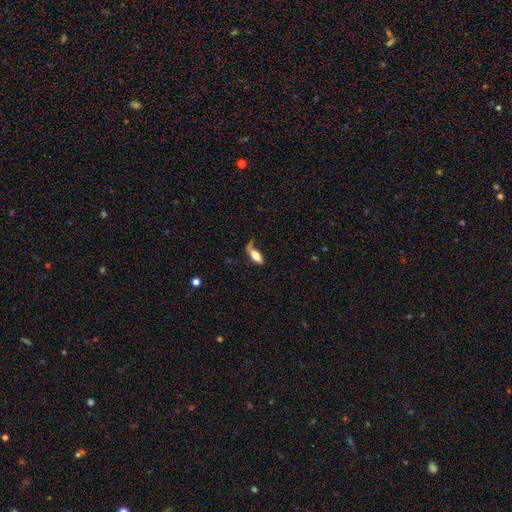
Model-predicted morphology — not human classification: smooth_or_featured: smooth (p=0.72) [alt: featured or disk p=0.21]
how_rounded: in between (p=0.78) [alt: cigar-shaped p=0.19]
merging: none (p=0.44) [alt: minor disturbance p=0.25]